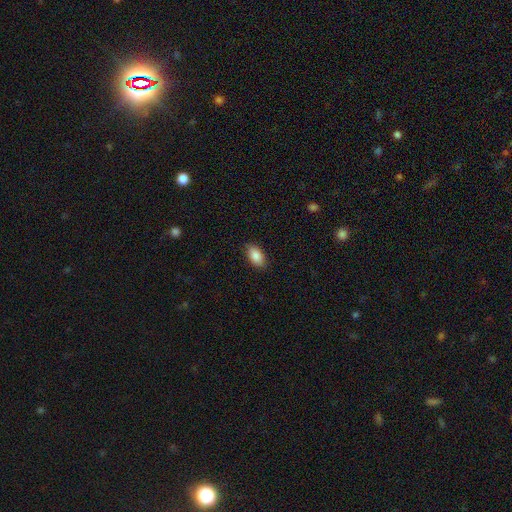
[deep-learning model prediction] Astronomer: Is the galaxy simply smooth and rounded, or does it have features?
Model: smooth — 88%.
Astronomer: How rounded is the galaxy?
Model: in between — 92%.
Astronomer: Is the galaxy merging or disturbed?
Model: none — 86%.